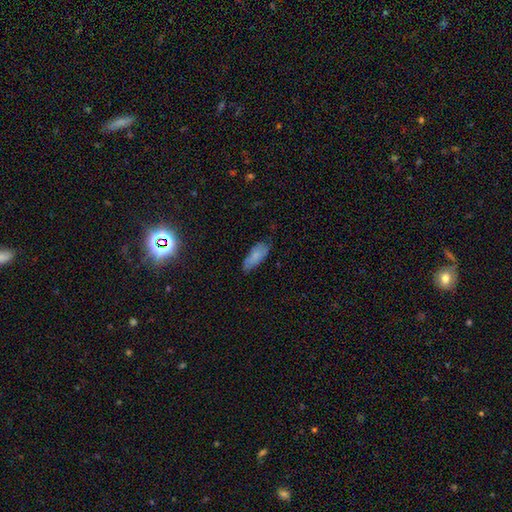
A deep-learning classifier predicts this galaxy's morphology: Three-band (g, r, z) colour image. It shows a smooth galaxy with no disk features (77%) that is in between round and cigar-shaped (77%). Merging: none (67%).